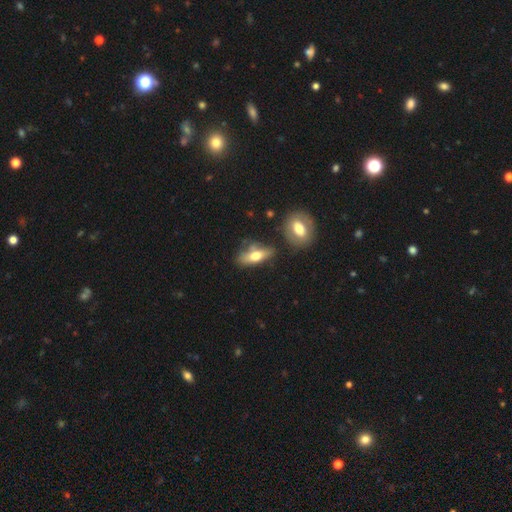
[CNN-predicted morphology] A smooth galaxy with no disk features (61%) that is in between round and cigar-shaped (68%).

Vote fractions:
- Smooth or featured? smooth: 61% / featured or disk: 32% / star or artifact: 7%
- How rounded? in between: 68% / cigar-shaped: 28% / round: 5%
- Merging? none: 60% / minor disturbance: 21% / merger: 11% / major disturbance: 8%